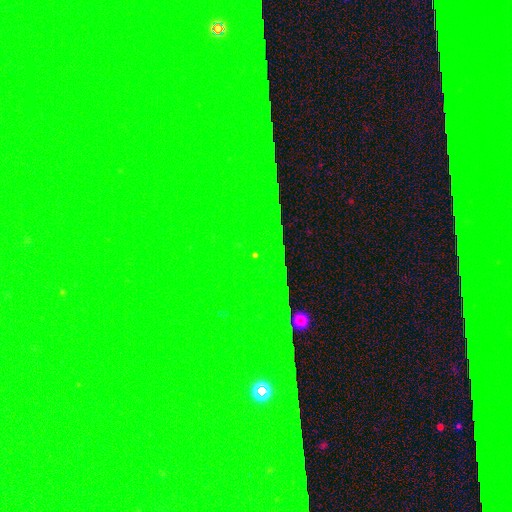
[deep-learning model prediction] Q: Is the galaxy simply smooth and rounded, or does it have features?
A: star or artifact — 85%.